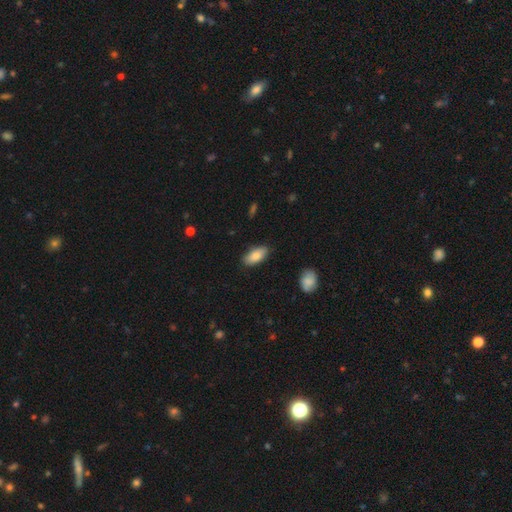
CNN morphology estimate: Q: Smooth or featured?
A: smooth (84%); runner-up: featured or disk (10%)
Q: How rounded?
A: in between (90%); runner-up: cigar-shaped (8%)
Q: Merging?
A: none (84%); runner-up: minor disturbance (12%)